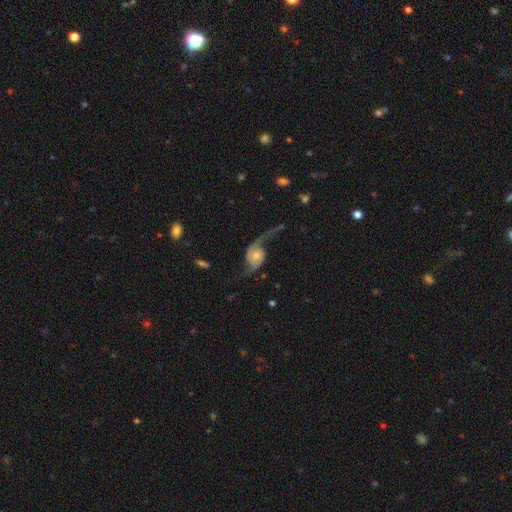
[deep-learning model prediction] Overall: featured or disk (78%). Edge-on disk: no (96%). Bar: no (73%). Spiral arms: yes (91%). Spiral arm count: 2 (72%). Spiral winding: loose (80%). Bulge size: moderate (51%; small 38%). Merging: major disturbance (40%; none 37%).